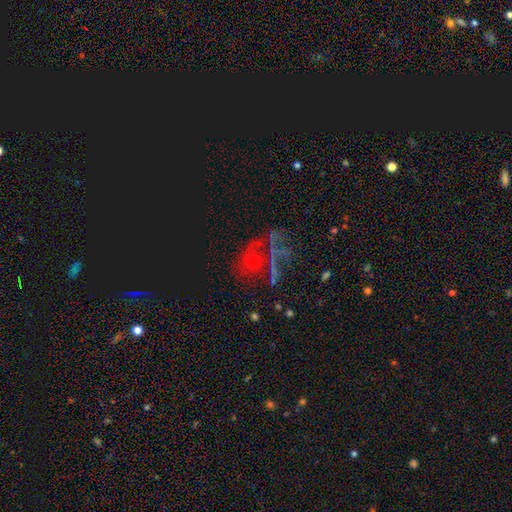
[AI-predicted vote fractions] A star or artifact, not a galaxy (51%).

Vote fractions:
- Smooth or featured? star or artifact: 51% / featured or disk: 25% / smooth: 23%